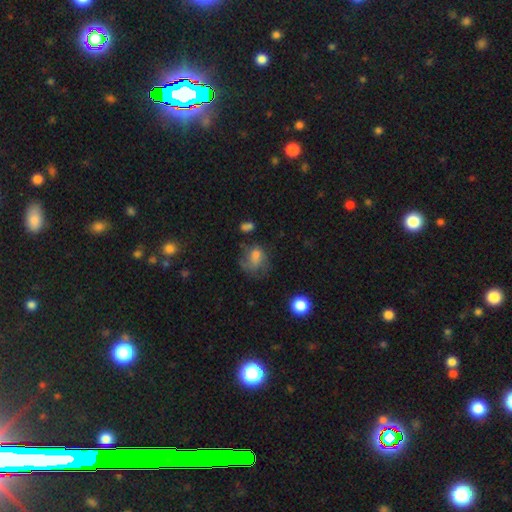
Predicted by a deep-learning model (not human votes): smooth 60%, featured or disk 26%, star or artifact 13%. Down the decision tree: how rounded — in between (50%); merging — none (36%).